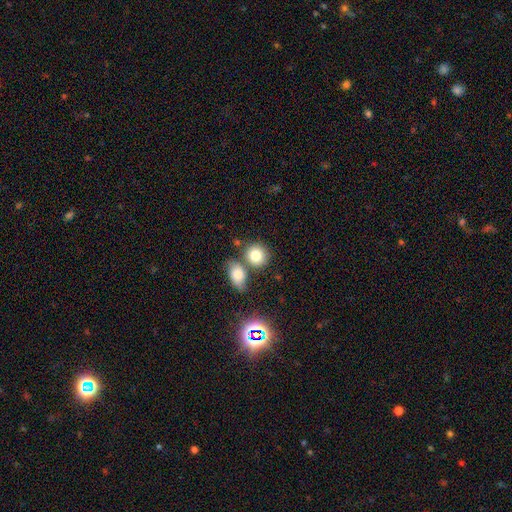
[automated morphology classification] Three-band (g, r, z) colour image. It shows a smooth galaxy with no disk features (81%) that is round (75%). Merging: none (60%).